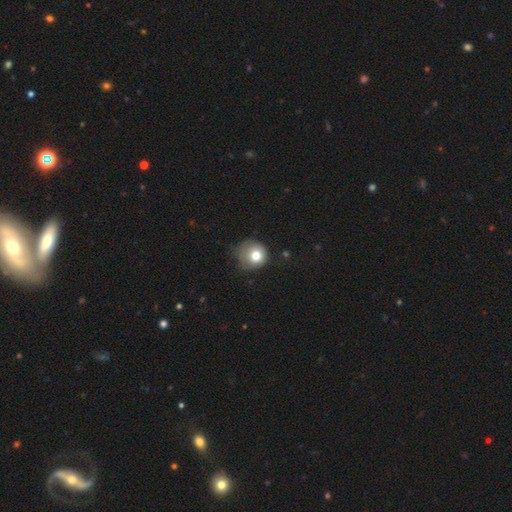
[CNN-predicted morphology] smooth 76%, featured or disk 14%, star or artifact 10%. Down the decision tree: how rounded — round (84%); merging — none (44%).